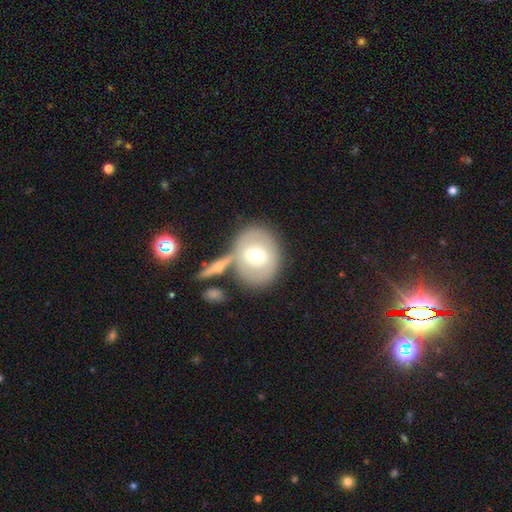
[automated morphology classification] smooth-or-featured: smooth: 51% | featured or disk: 41% | star or artifact: 7%
  how-rounded: round: 54% | in between: 45% | cigar-shaped: 1%
  merging: none: 58% | merger: 22% | minor disturbance: 14% | major disturbance: 5%